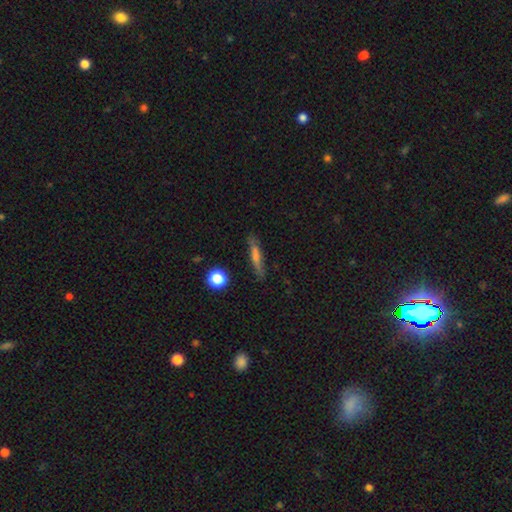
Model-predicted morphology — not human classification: This is possibly a smooth galaxy (52%). How rounded: clearly cigar-shaped (85%). Merging: clearly none (83%).